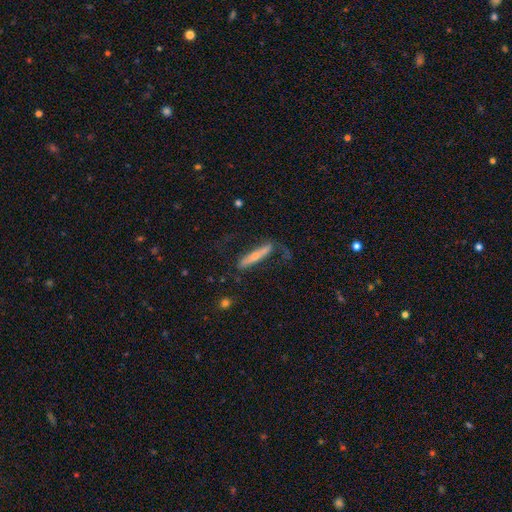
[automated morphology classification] This appears to be a featured or disk galaxy (54%) viewed edge-on (80%). Merging: none (60%).